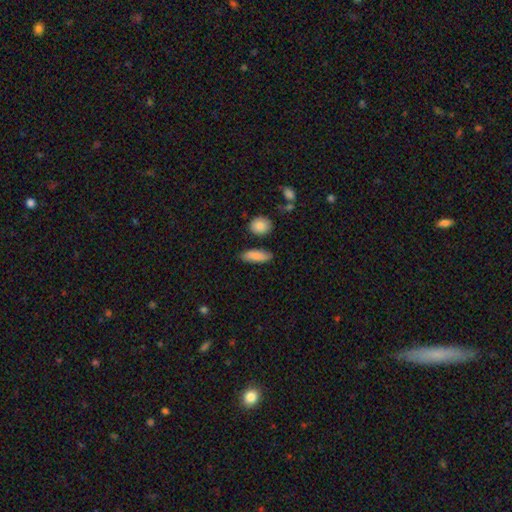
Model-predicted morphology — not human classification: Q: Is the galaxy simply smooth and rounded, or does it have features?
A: smooth — 85%.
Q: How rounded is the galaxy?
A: in between — 68%.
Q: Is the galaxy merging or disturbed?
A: none — 82%.